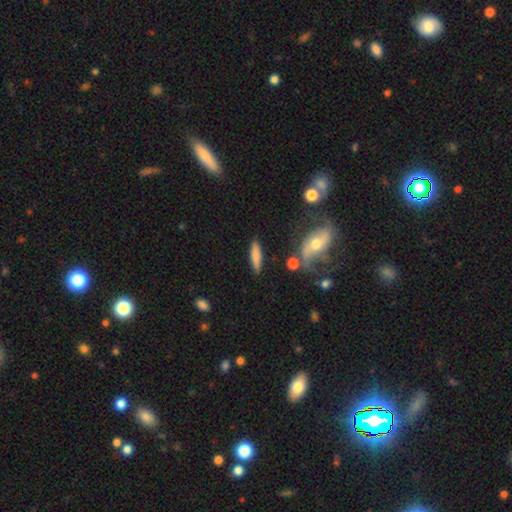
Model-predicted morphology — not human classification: Smooth or featured?
  - smooth: 72% *
  - featured or disk: 22%
  - star or artifact: 6%
How rounded?
  - cigar-shaped: 79% *
  - in between: 19%
  - round: 2%
Merging?
  - none: 80% *
  - minor disturbance: 11%
  - merger: 5%
  - major disturbance: 3%